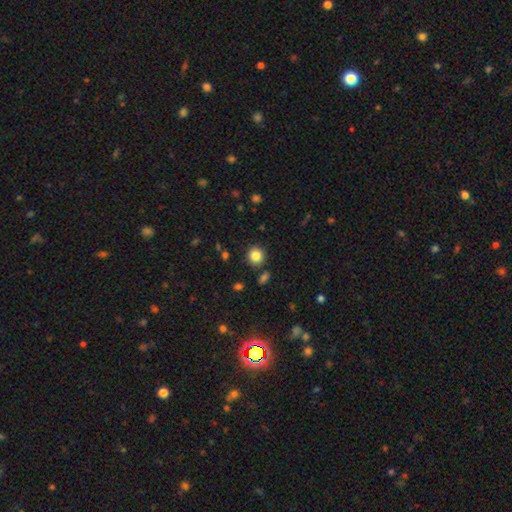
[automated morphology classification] The model was most divided on "smooth or featured": smooth: 84%, star or artifact: 11%, featured or disk: 5%. More confident: how rounded — round (91%); merging — none (88%).